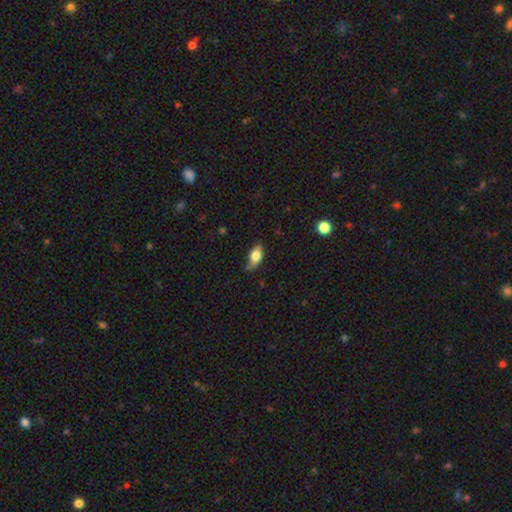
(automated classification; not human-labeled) smooth-or-featured: smooth: 75% | featured or disk: 17% | star or artifact: 8%
  how-rounded: in between: 87% | round: 7% | cigar-shaped: 6%
  merging: none: 51% | minor disturbance: 35% | major disturbance: 10% | merger: 4%